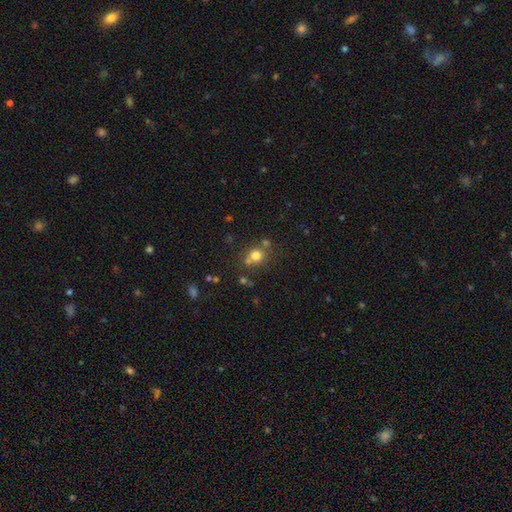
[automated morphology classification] smooth-or-featured: smooth: 73% | star or artifact: 16% | featured or disk: 11%
  how-rounded: round: 81% | in between: 19% | cigar-shaped: 1%
  merging: none: 65% | merger: 19% | minor disturbance: 11% | major disturbance: 5%